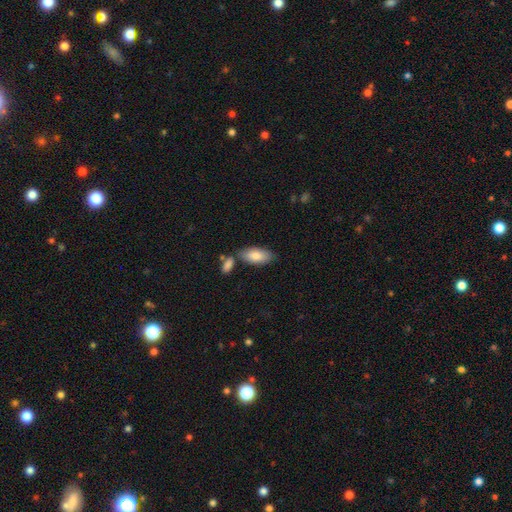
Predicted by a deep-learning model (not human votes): Q: Smooth or featured?
A: smooth (82%); runner-up: featured or disk (13%)
Q: How rounded?
A: in between (90%); runner-up: cigar-shaped (7%)
Q: Merging?
A: none (68%); runner-up: merger (15%)